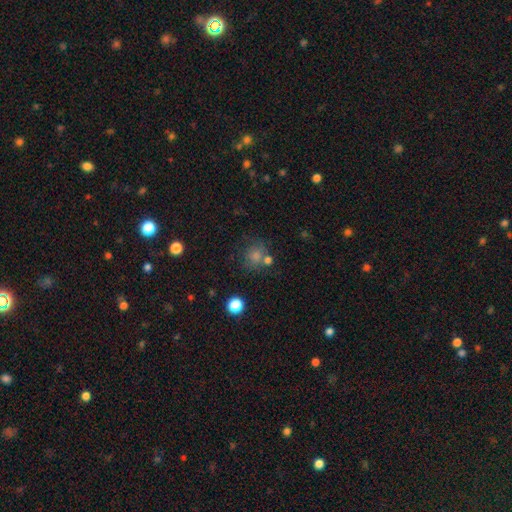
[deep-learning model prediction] Smooth or featured?
  - smooth: 72% *
  - star or artifact: 15%
  - featured or disk: 13%
How rounded?
  - round: 81% *
  - in between: 18%
  - cigar-shaped: 1%
Merging?
  - none: 58% *
  - merger: 17%
  - minor disturbance: 16%
  - major disturbance: 9%